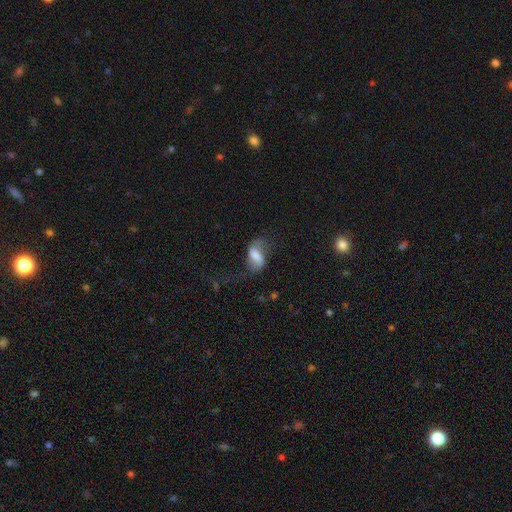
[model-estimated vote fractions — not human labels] smooth_or_featured: featured or disk (p=0.48) [alt: smooth p=0.43]
merging: none (p=0.48) [alt: major disturbance p=0.26]